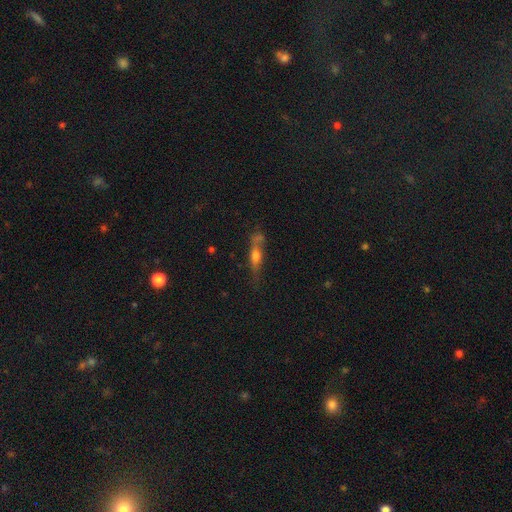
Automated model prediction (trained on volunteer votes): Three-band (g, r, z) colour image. It shows a smooth galaxy with no disk features (53%) that is cigar-shaped (59%). Merging: none (46%).